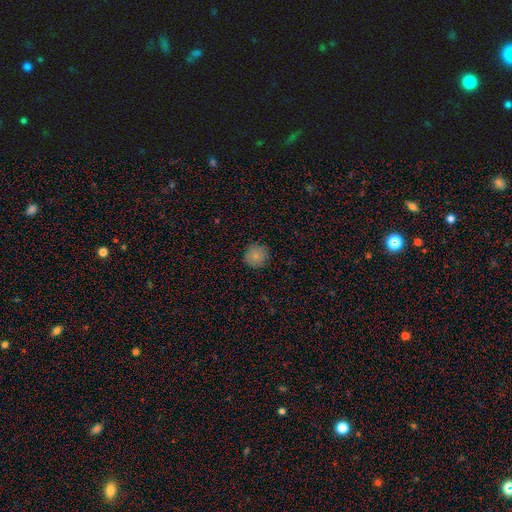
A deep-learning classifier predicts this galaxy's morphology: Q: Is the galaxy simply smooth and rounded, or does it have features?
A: smooth — 84%.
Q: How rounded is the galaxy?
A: round — 92%.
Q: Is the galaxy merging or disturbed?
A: none — 87%.